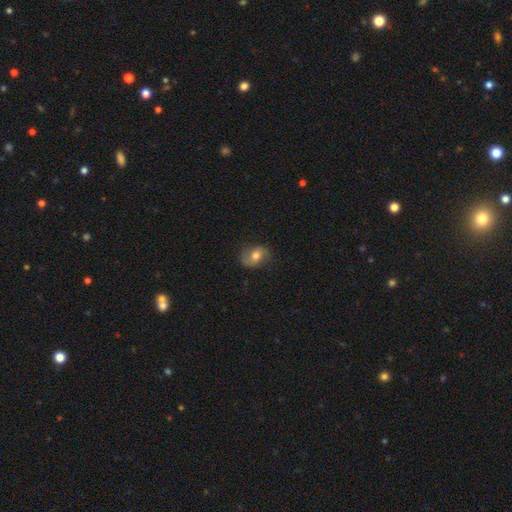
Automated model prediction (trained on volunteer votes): A smooth galaxy with no disk features (53%) that is in between round and cigar-shaped (65%).

Vote fractions:
- Smooth or featured? smooth: 53% / featured or disk: 38% / star or artifact: 9%
- How rounded? in between: 65% / round: 33% / cigar-shaped: 2%
- Merging? none: 72% / minor disturbance: 20% / major disturbance: 7% / merger: 1%